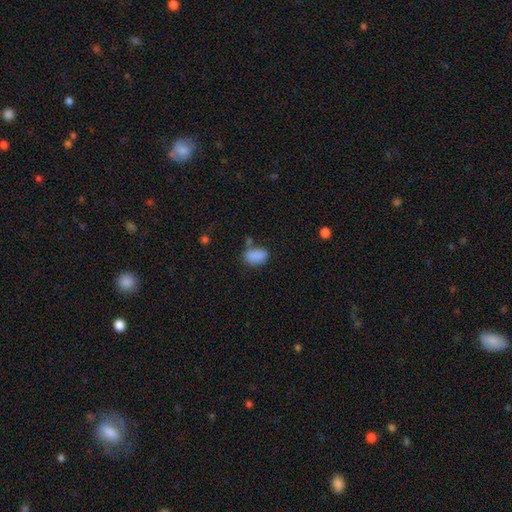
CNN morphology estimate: smooth_or_featured: smooth (p=0.87) [alt: star or artifact p=0.09]
how_rounded: in between (p=0.86) [alt: round p=0.12]
merging: none (p=0.65) [alt: minor disturbance p=0.19]